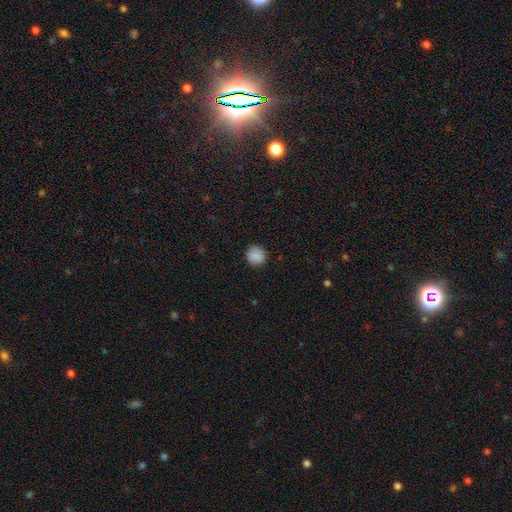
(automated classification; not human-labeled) This appears to be a smooth galaxy with no disk features (88%) that is round (92%). Merging: none (89%).